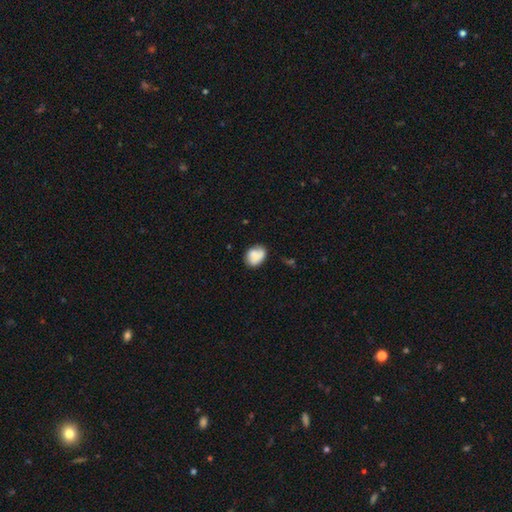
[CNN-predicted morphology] The model was most divided on "how rounded": in between: 59%, round: 40%, cigar-shaped: 1%. More confident: smooth or featured — smooth (76%); merging — none (58%).